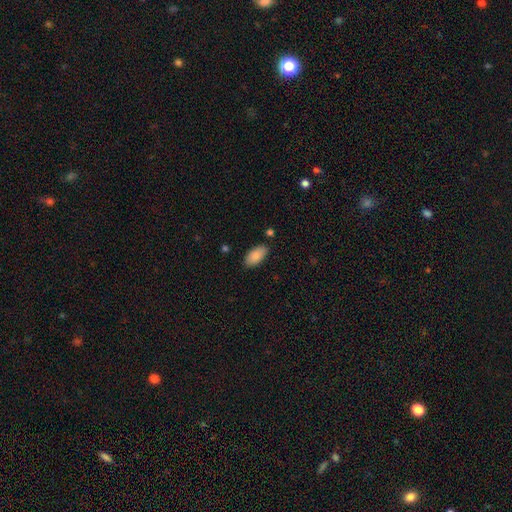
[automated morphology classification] A smooth galaxy with no disk features (87%) that is in between round and cigar-shaped (94%).

Vote fractions:
- Smooth or featured? smooth: 87% / star or artifact: 7% / featured or disk: 6%
- How rounded? in between: 94% / cigar-shaped: 4% / round: 2%
- Merging? none: 84% / minor disturbance: 11% / major disturbance: 2% / merger: 2%